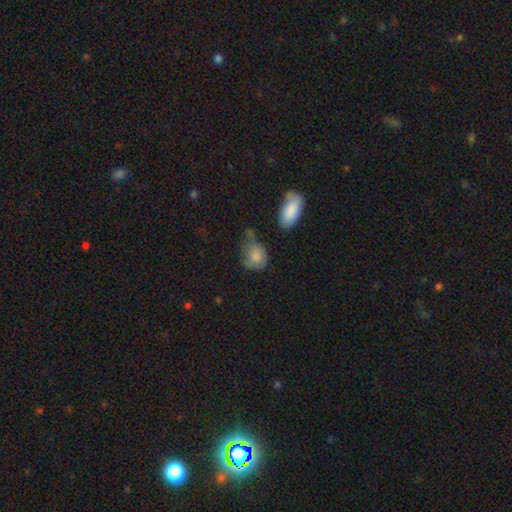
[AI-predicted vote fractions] Smooth or featured?
  - smooth: 79% *
  - featured or disk: 13%
  - star or artifact: 8%
How rounded?
  - in between: 53% *
  - round: 46%
  - cigar-shaped: 2%
Merging?
  - minor disturbance: 34% *
  - none: 32%
  - major disturbance: 21%
  - merger: 13%